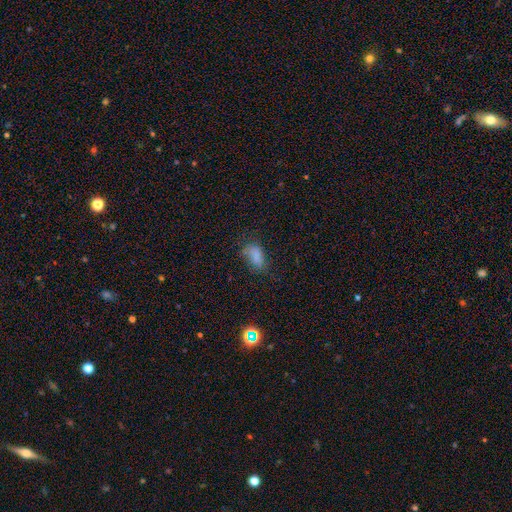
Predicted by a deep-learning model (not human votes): Overall: smooth (74%). How rounded: in between (89%). Merging: none (49%; minor disturbance 28%).